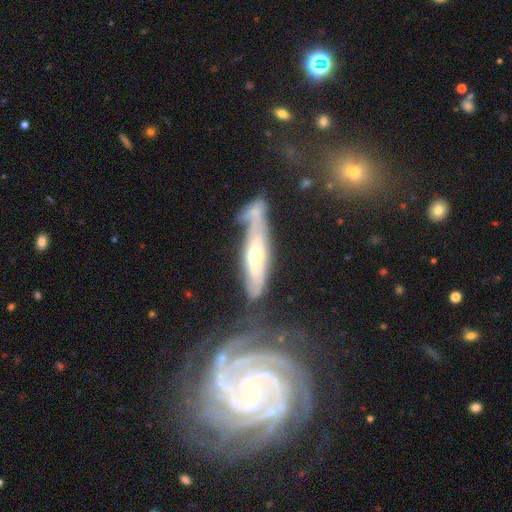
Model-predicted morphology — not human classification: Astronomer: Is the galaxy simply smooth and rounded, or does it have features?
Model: featured or disk — 73%.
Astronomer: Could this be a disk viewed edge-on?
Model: no — 55% (runner-up: yes, 45%).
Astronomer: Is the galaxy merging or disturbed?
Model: none — 45% (runner-up: merger, 22%).